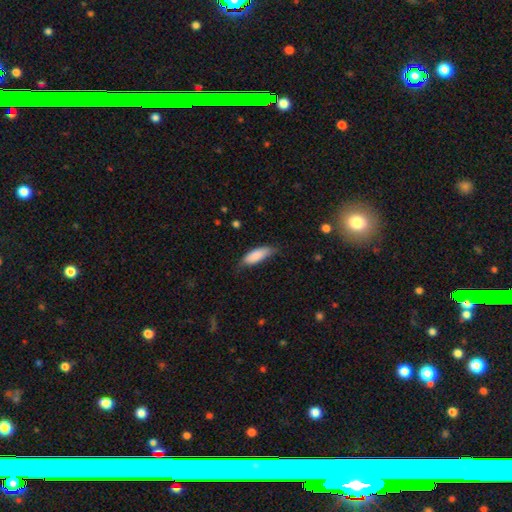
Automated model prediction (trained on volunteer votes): Overall: smooth (86%). How rounded: in between (70%). Merging: none (58%; minor disturbance 34%).